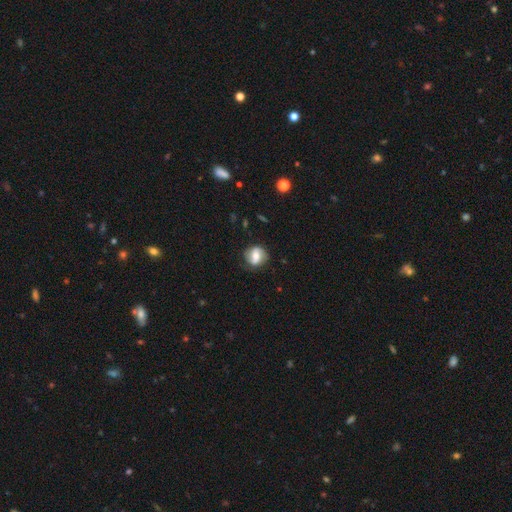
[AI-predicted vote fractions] smooth-or-featured: featured or disk: 50% | smooth: 42% | star or artifact: 8%
  disk-edge-on: no: 96% | yes: 4%
  merging: none: 78% | minor disturbance: 15% | major disturbance: 5% | merger: 2%